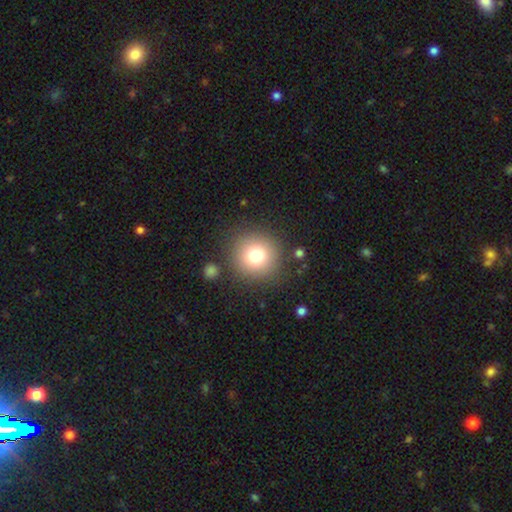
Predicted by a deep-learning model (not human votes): Overall: smooth (77%). How rounded: round (94%). Merging: none (86%).